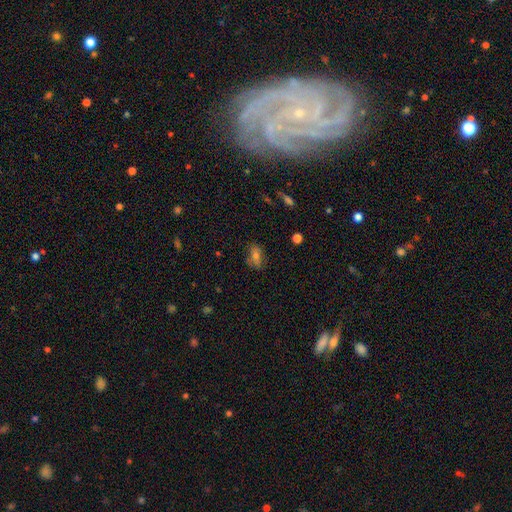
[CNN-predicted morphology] smooth_or_featured: smooth (p=0.51) [alt: featured or disk p=0.26]
how_rounded: in between (p=0.76) [alt: round p=0.17]
merging: none (p=0.72) [alt: minor disturbance p=0.19]